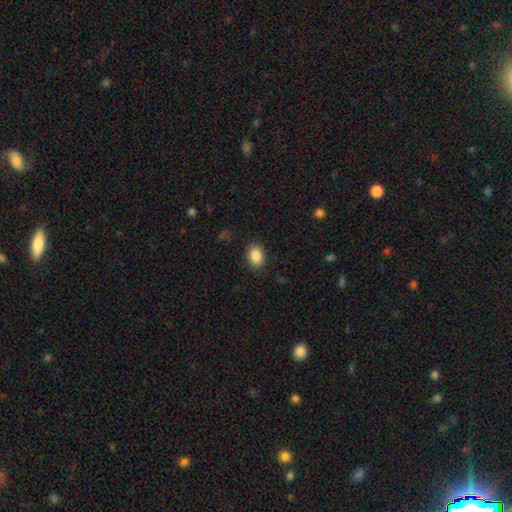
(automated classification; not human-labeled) A smooth galaxy with no disk features (88%) that is in between round and cigar-shaped (79%).

Vote fractions:
- Smooth or featured? smooth: 88% / star or artifact: 8% / featured or disk: 4%
- How rounded? in between: 79% / round: 20% / cigar-shaped: 1%
- Merging? none: 87% / minor disturbance: 9% / major disturbance: 3% / merger: 1%